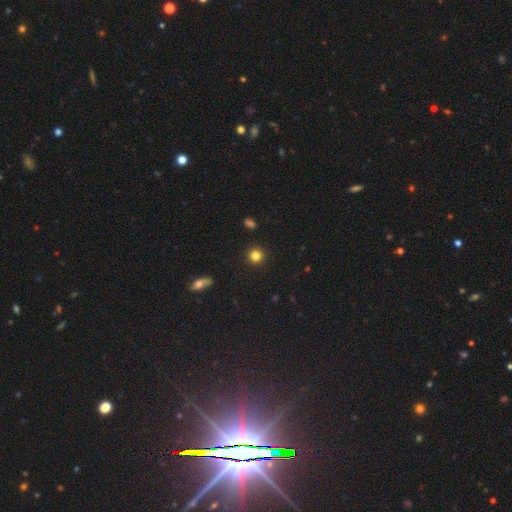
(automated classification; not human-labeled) Morphology: type=smooth (83%); roundness=round (94%); merging=none (92%).